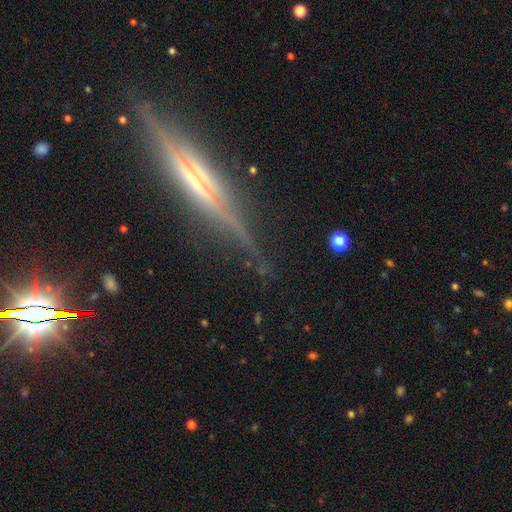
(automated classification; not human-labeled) This is likely a featured or disk galaxy (75%). It is clearly viewed edge-on (95%). Edge-on bulge: marginally none (43%). Merging: clearly none (82%).